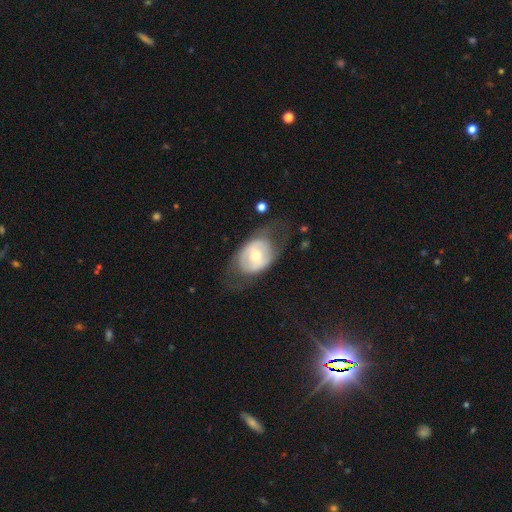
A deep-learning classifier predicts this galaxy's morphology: Smooth or featured? Predicted: featured or disk (p=0.54). Edge-on disk? Predicted: no (p=0.92). Bar? Predicted: no (p=0.56). Spiral arms? Predicted: no (p=0.68). Bulge size? Predicted: moderate (p=0.61). Merging? Predicted: none (p=0.55).